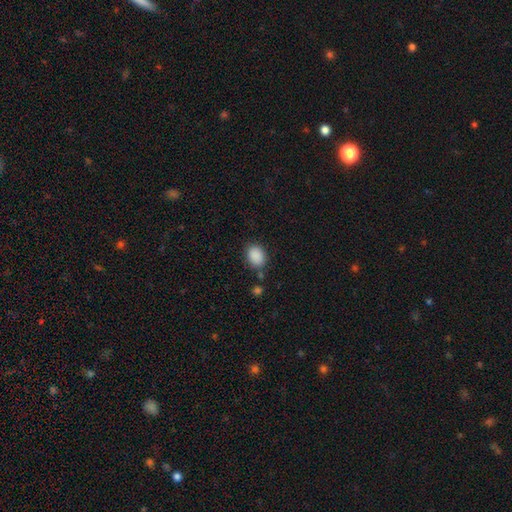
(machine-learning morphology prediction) Smooth or featured?
  - smooth: 89% *
  - star or artifact: 8%
  - featured or disk: 3%
How rounded?
  - in between: 63% *
  - round: 36%
  - cigar-shaped: 1%
Merging?
  - none: 79% *
  - minor disturbance: 13%
  - major disturbance: 4%
  - merger: 4%